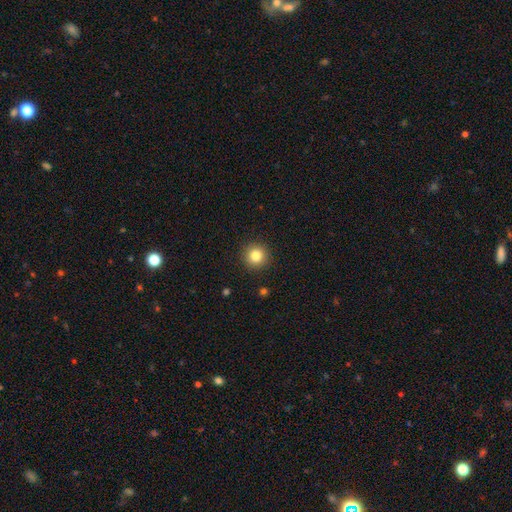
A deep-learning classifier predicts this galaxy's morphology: This is clearly a smooth galaxy (83%). How rounded: clearly round (95%). Merging: clearly none (91%).